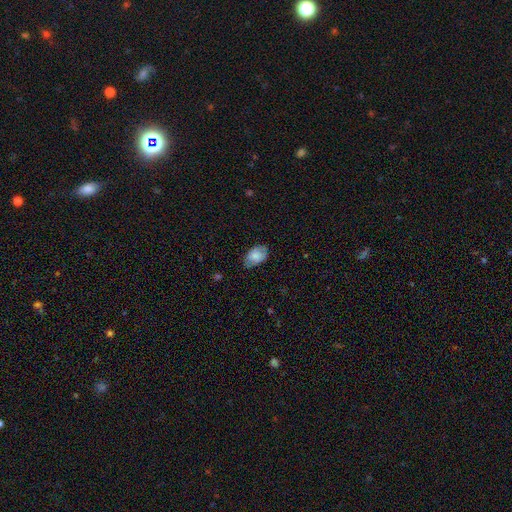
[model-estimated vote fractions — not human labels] Smooth or featured: smooth — 76% (featured or disk — 16%)
How rounded: in between — 88% (round — 11%)
Merging: none — 65% (minor disturbance — 28%)